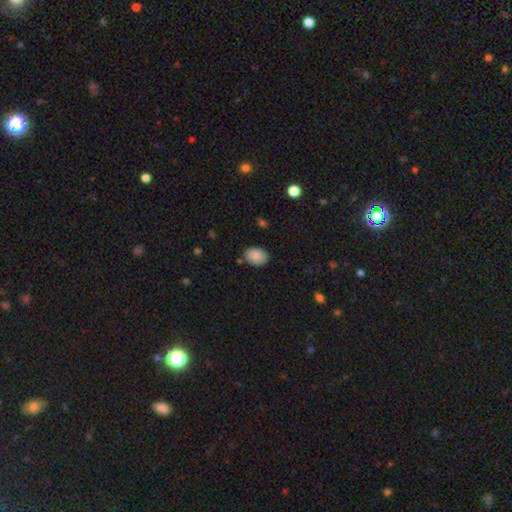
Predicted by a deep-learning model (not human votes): This is clearly a smooth galaxy (89%). How rounded: likely in between (75%). Merging: clearly none (84%).